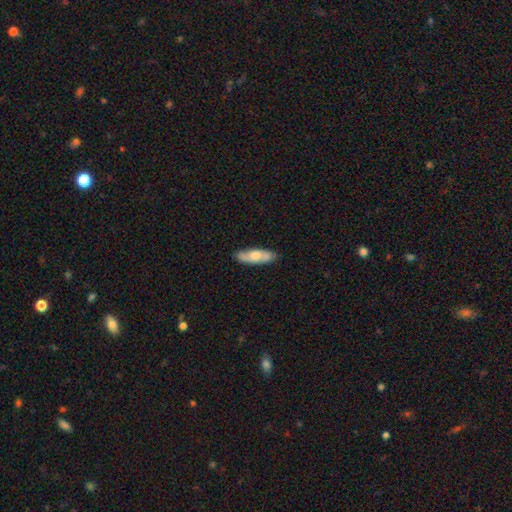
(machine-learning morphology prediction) Smooth or featured?
  - smooth: 61% *
  - featured or disk: 34%
  - star or artifact: 6%
How rounded?
  - in between: 53% *
  - cigar-shaped: 44%
  - round: 2%
Merging?
  - none: 82% *
  - minor disturbance: 14%
  - major disturbance: 2%
  - merger: 1%